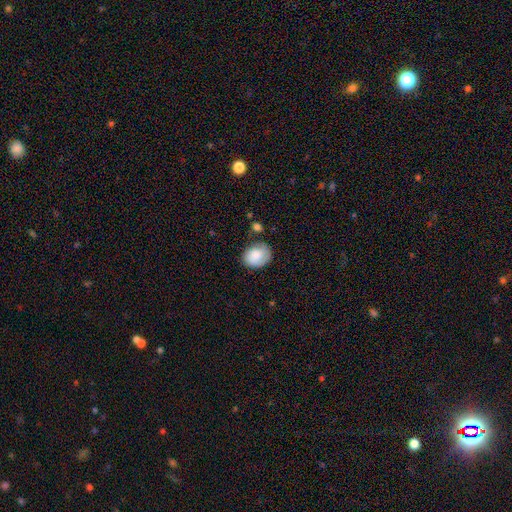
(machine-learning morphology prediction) Smooth or featured?
  - smooth: 82% *
  - featured or disk: 11%
  - star or artifact: 7%
How rounded?
  - in between: 54% *
  - round: 45%
  - cigar-shaped: 1%
Merging?
  - none: 64% *
  - minor disturbance: 24%
  - major disturbance: 6%
  - merger: 6%